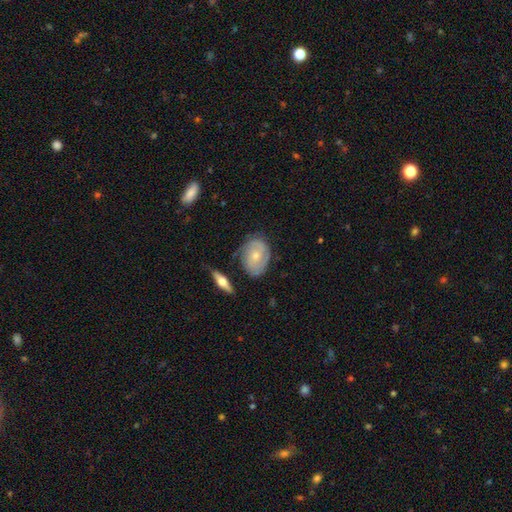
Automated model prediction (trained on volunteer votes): featured or disk 67%, smooth 27%, star or artifact 7%. Down the decision tree: edge-on disk — no (94%); bar — no (77%); spiral arms — yes (85%); spiral arm count — 2 (47%); spiral winding — tight (63%); bulge size — small (55%); merging — none (69%).